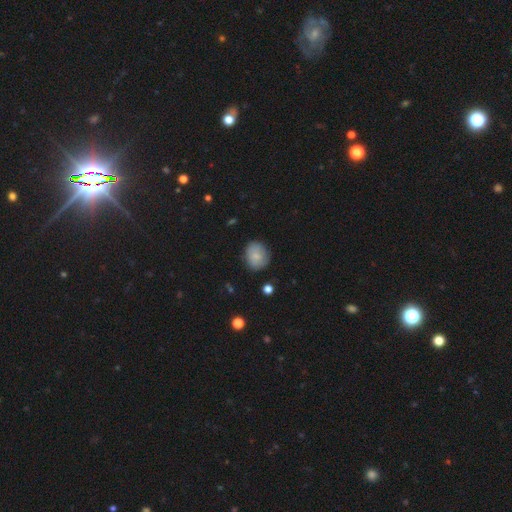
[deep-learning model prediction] This appears to be a smooth galaxy with no disk features (78%) that is round (60%). Merging: none (78%).